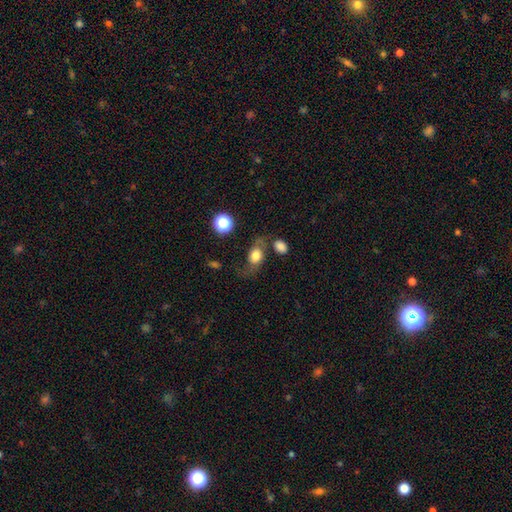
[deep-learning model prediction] smooth_or_featured: smooth (p=0.60) [alt: featured or disk p=0.30]
how_rounded: in between (p=0.69) [alt: round p=0.28]
merging: none (p=0.49) [alt: minor disturbance p=0.22]